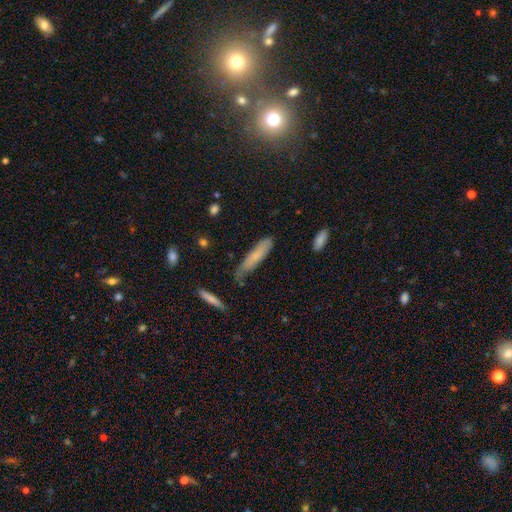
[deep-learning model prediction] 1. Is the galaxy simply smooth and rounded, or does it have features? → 70% smooth, 22% featured or disk, 8% star or artifact.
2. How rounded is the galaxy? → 80% cigar-shaped, 18% in between, 2% round.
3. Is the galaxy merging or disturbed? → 64% none, 26% minor disturbance, 7% major disturbance, 4% merger.